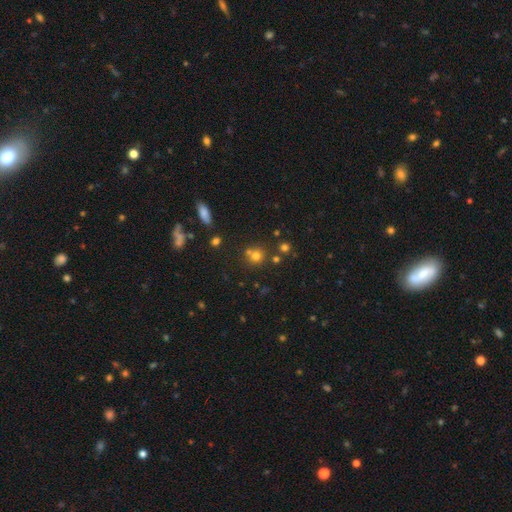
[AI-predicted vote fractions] Smooth or featured? Predicted: smooth (p=0.67). How rounded? Predicted: round (p=0.87). Merging? Predicted: none (p=0.61).